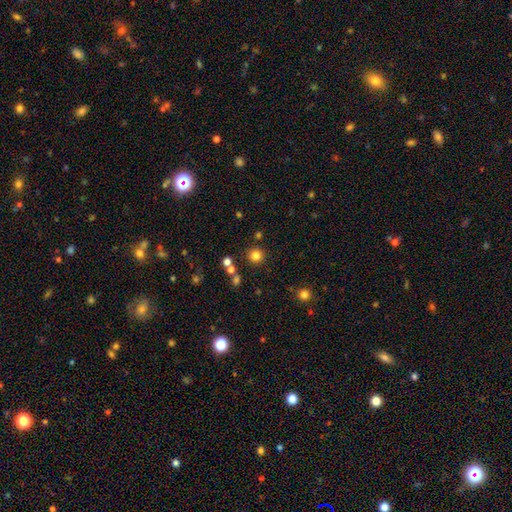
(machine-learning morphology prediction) smooth_or_featured: smooth (p=0.80) [alt: star or artifact p=0.14]
how_rounded: round (p=0.94) [alt: in between p=0.05]
merging: none (p=0.87) [alt: minor disturbance p=0.06]